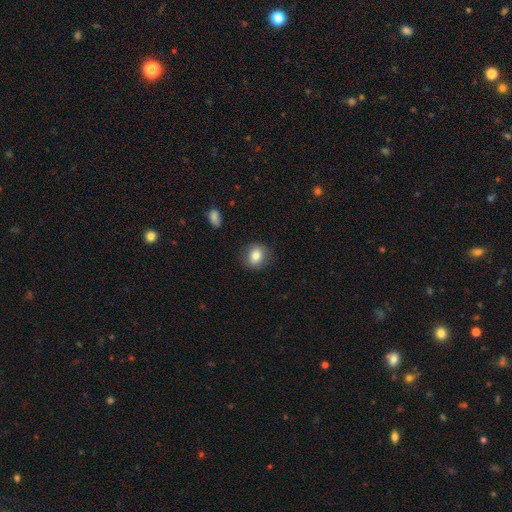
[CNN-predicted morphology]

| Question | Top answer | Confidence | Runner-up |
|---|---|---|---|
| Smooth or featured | smooth | 81% | featured or disk (9%) |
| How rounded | round | 66% | in between (33%) |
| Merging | none | 85% | minor disturbance (10%) |